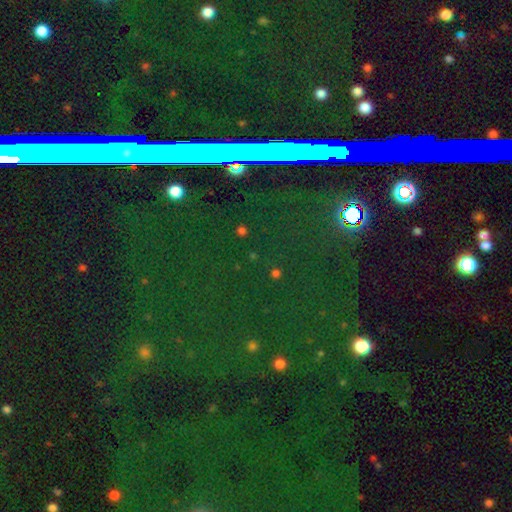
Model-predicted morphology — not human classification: star or artifact 78%, smooth 12%, featured or disk 11%.